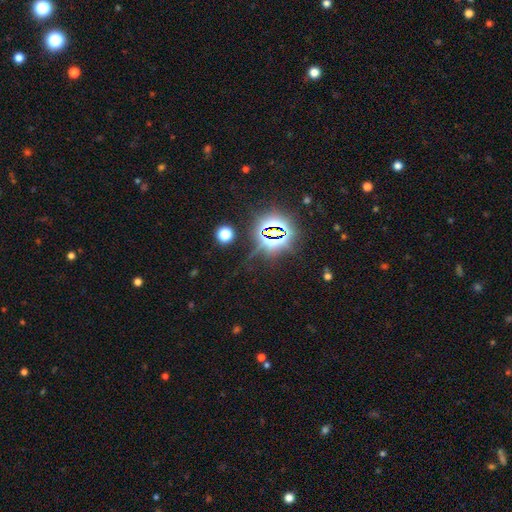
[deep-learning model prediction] smooth-or-featured: star or artifact: 82% | smooth: 11% | featured or disk: 7%